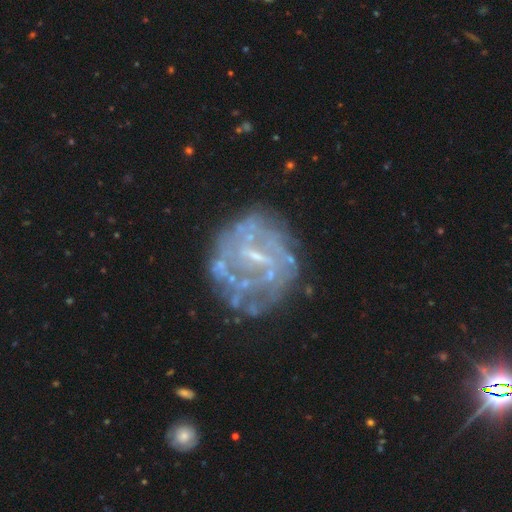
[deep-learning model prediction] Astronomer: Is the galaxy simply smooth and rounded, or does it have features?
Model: featured or disk — 76%.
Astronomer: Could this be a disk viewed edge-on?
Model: no — 98%.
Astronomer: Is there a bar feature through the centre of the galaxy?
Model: weak — 48% (runner-up: no, 33%).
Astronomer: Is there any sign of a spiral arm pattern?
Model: no — 54% (runner-up: yes, 46%).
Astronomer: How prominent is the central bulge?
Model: small — 55%.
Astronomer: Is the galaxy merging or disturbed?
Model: none — 64%.